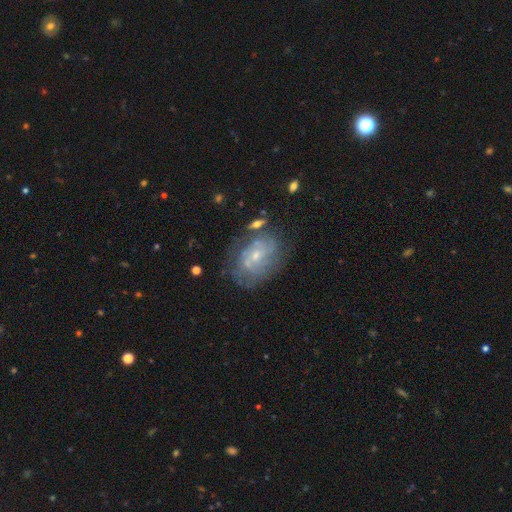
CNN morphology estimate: This is likely a featured or disk galaxy (68%). It is clearly not viewed edge-on (97%). Bar: likely no (68%). Spiral arm pattern: likely yes (71%). Central bulge: likely small (67%). Merging: possibly none (58%).